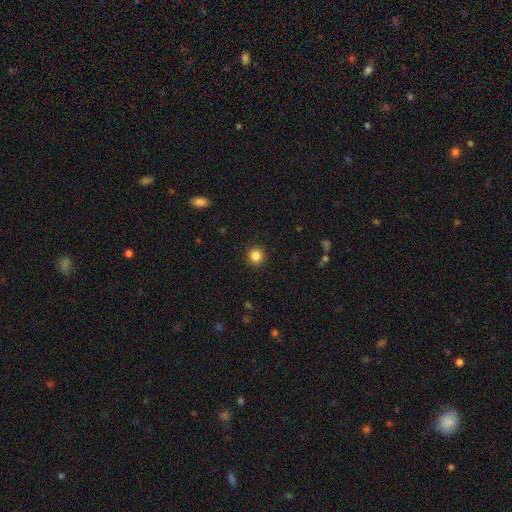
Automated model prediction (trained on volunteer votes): Smooth or featured: smooth — 86% (star or artifact — 11%)
How rounded: round — 93% (in between — 6%)
Merging: none — 92% (minor disturbance — 5%)